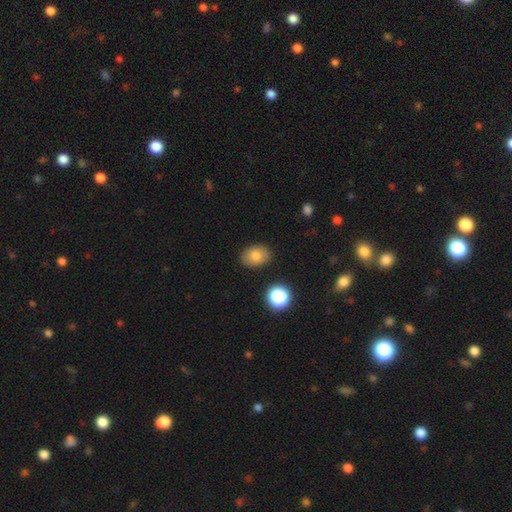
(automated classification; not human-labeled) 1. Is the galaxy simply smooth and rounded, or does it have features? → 79% smooth, 11% star or artifact, 10% featured or disk.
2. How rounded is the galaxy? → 74% in between, 25% round, 1% cigar-shaped.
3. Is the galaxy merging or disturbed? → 86% none, 9% minor disturbance, 2% major disturbance, 2% merger.